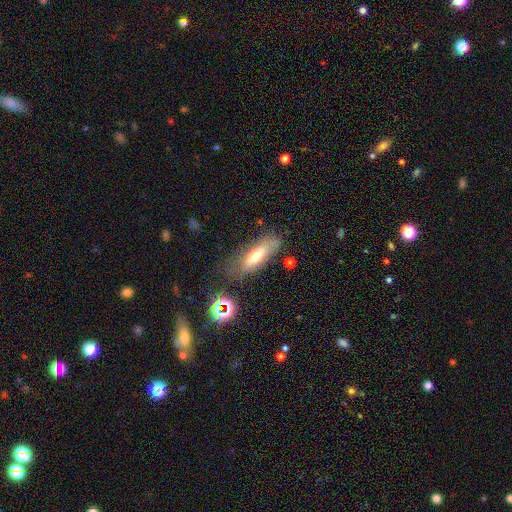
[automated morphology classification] A smooth galaxy with no disk features (60%) that is in between round and cigar-shaped (53%). Merging: none (65%).